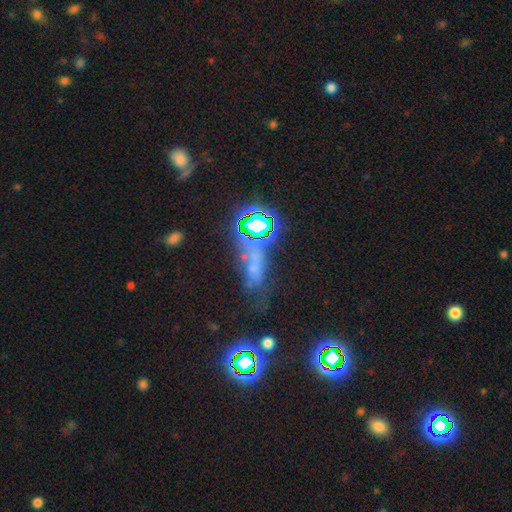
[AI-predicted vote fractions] Smooth or featured: star or artifact — 49% (smooth — 34%)